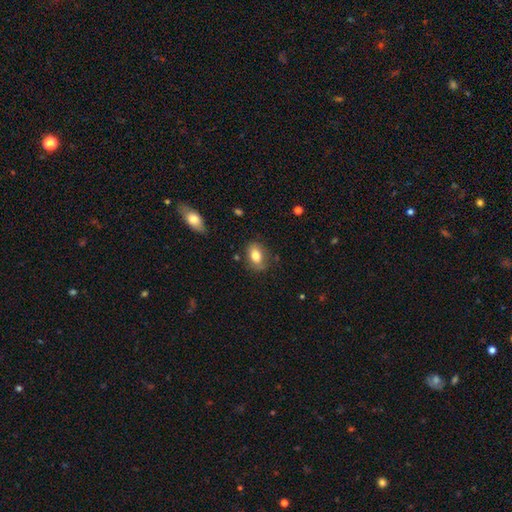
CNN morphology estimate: Q: Smooth or featured?
A: smooth (79%); runner-up: featured or disk (13%)
Q: How rounded?
A: in between (83%); runner-up: round (15%)
Q: Merging?
A: none (78%); runner-up: minor disturbance (16%)